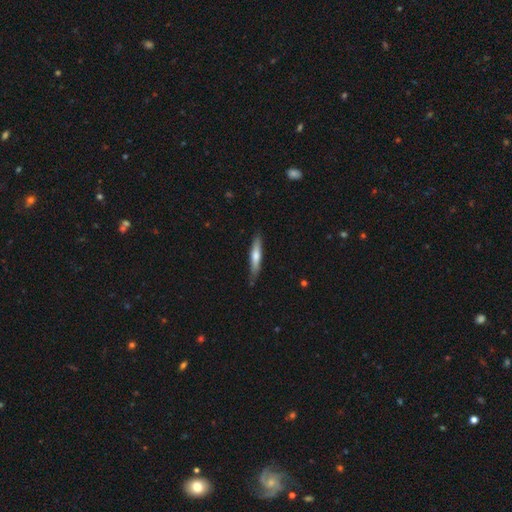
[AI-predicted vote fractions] This is possibly a smooth galaxy (54%). How rounded: clearly cigar-shaped (90%). Merging: clearly none (83%).